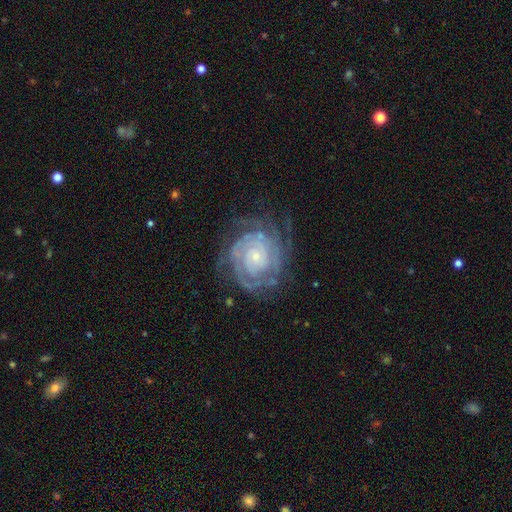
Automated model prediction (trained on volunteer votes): featured or disk 86%, smooth 8%, star or artifact 6%. Down the decision tree: edge-on disk — no (98%); bar — no (77%); spiral arms — yes (96%); spiral arm count — can't tell (34%); spiral winding — tight (79%); bulge size — small (78%); merging — none (68%).